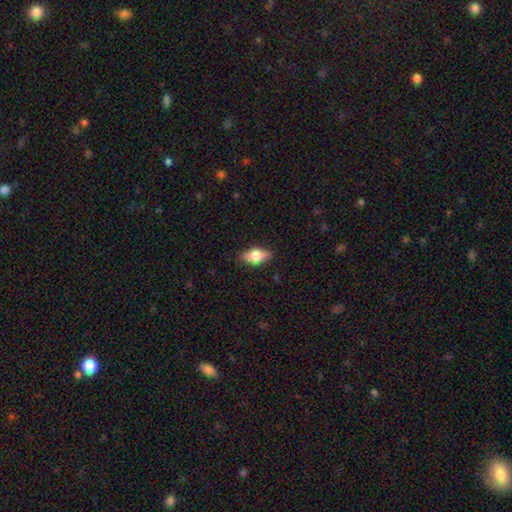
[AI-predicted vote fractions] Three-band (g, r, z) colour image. It shows a smooth galaxy with no disk features (70%) that is in between round and cigar-shaped (86%). Merging: none (84%).